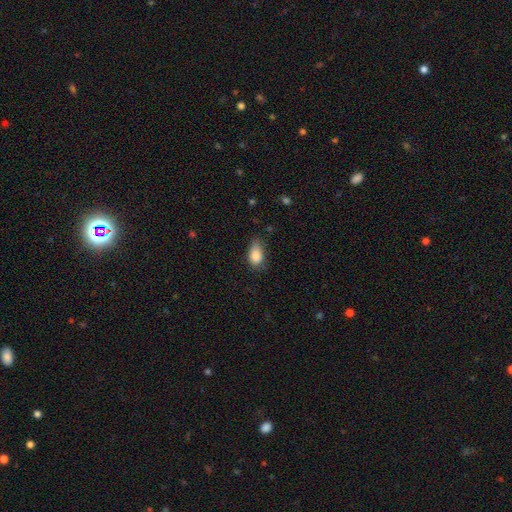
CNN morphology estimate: The model was most divided on "merging": none: 50%, minor disturbance: 38%, major disturbance: 10%, merger: 2%. More confident: how rounded — in between (86%); smooth or featured — smooth (84%).